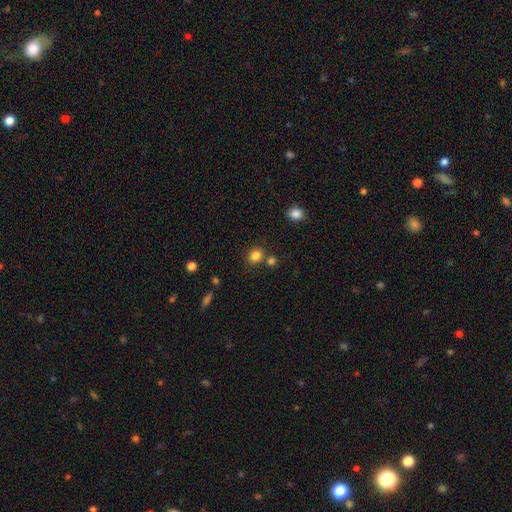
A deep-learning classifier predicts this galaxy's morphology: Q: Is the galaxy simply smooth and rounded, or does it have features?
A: smooth — 83%.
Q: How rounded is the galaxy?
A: round — 75%.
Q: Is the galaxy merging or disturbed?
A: none — 74%.